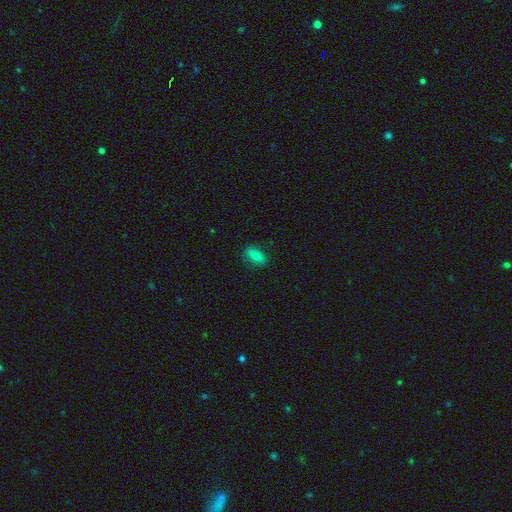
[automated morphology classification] The model was most divided on "merging": none: 77%, minor disturbance: 18%, major disturbance: 4%, merger: 1%. More confident: how rounded — in between (84%); smooth or featured — smooth (79%).